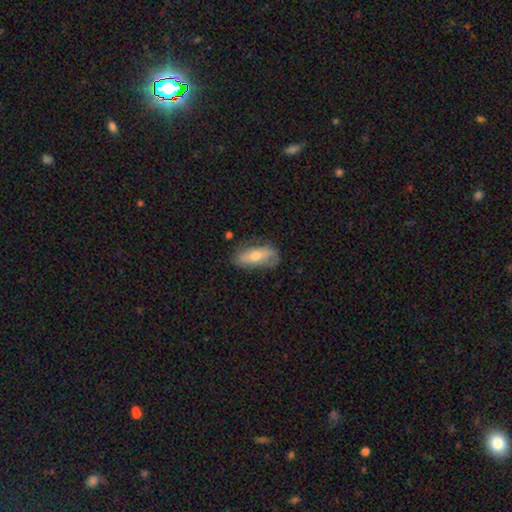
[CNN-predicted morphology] type=smooth (56%); roundness=in between (79%); merging=none (68%).